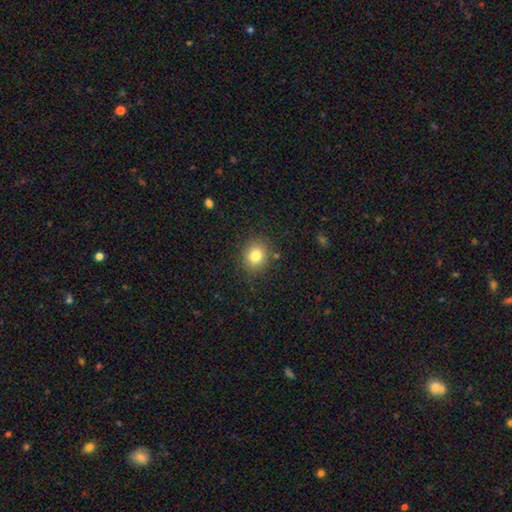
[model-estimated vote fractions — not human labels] Morphology: type=smooth (80%); roundness=round (72%); merging=none (86%).